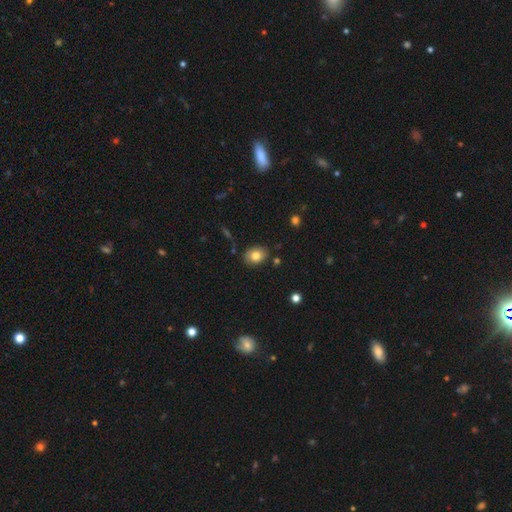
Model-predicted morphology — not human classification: Q: Smooth or featured?
A: smooth (80%); runner-up: featured or disk (11%)
Q: How rounded?
A: in between (68%); runner-up: round (31%)
Q: Merging?
A: none (84%); runner-up: minor disturbance (11%)